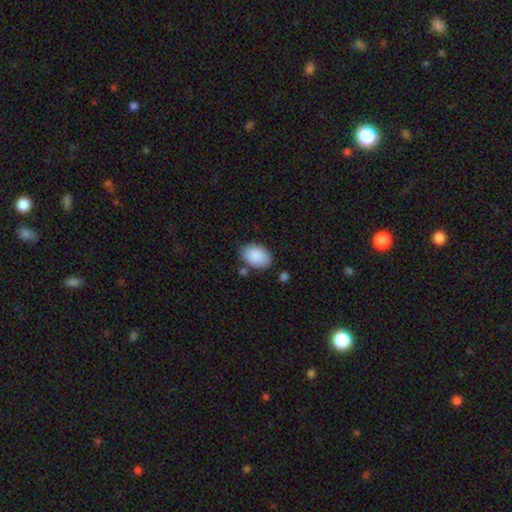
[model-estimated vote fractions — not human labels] A smooth galaxy with no disk features (90%) that is in between round and cigar-shaped (89%). Merging: none (76%).